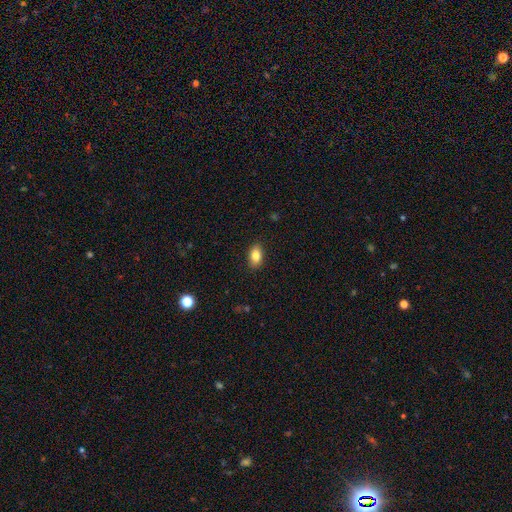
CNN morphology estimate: The model was most divided on "smooth or featured": smooth: 83%, featured or disk: 8%, star or artifact: 8%. More confident: how rounded — in between (89%); merging — none (88%).